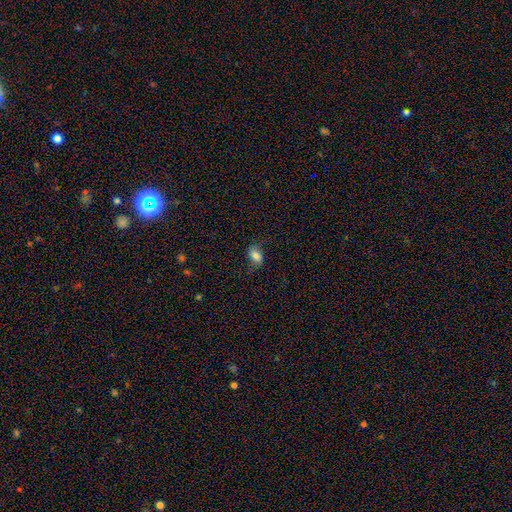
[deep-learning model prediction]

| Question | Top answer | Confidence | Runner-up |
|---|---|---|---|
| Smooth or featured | smooth | 83% | star or artifact (10%) |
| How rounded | in between | 84% | round (14%) |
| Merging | none | 74% | minor disturbance (19%) |